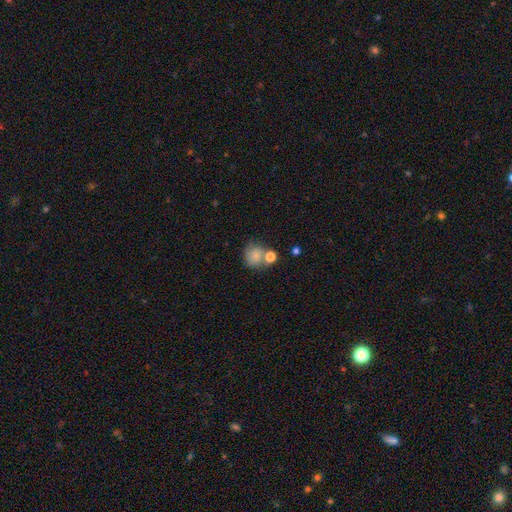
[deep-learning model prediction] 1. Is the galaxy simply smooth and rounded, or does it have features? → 74% smooth, 16% featured or disk, 10% star or artifact.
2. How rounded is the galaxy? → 76% round, 23% in between, 1% cigar-shaped.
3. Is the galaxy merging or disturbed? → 45% none, 31% merger, 16% minor disturbance, 7% major disturbance.